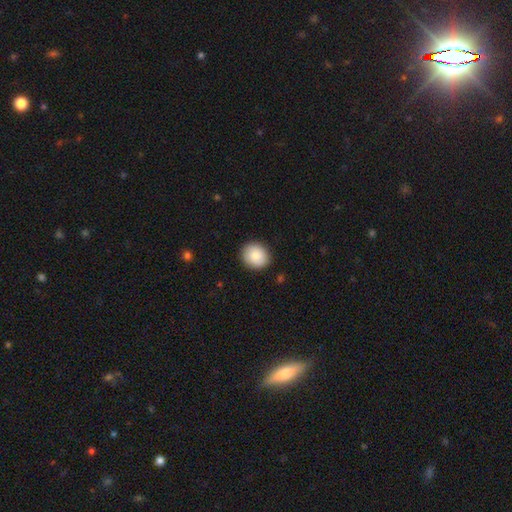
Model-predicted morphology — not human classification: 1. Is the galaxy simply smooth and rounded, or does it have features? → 86% smooth, 8% featured or disk, 7% star or artifact.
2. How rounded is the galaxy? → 77% round, 22% in between, 1% cigar-shaped.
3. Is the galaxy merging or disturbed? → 89% none, 8% minor disturbance, 2% major disturbance, 1% merger.